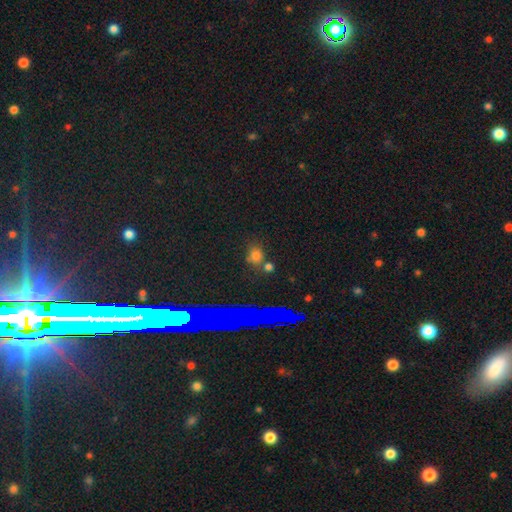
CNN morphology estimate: The model was most divided on "smooth or featured": smooth: 66%, star or artifact: 25%, featured or disk: 9%. More confident: how rounded — round (77%); merging — none (75%).